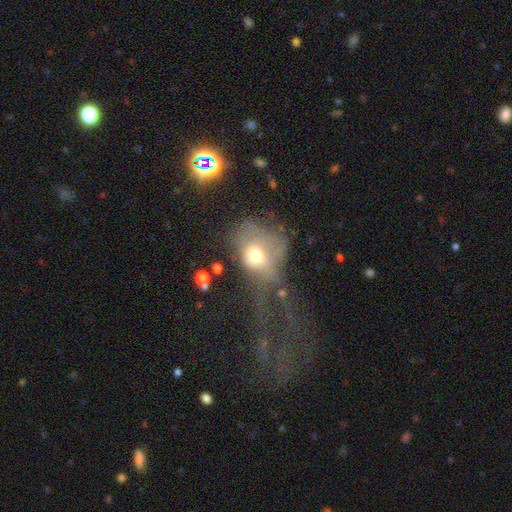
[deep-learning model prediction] Smooth or featured?
  - smooth: 59% *
  - featured or disk: 28%
  - star or artifact: 13%
How rounded?
  - in between: 53% *
  - round: 46%
  - cigar-shaped: 2%
Merging?
  - major disturbance: 59% *
  - minor disturbance: 15%
  - none: 15%
  - merger: 10%